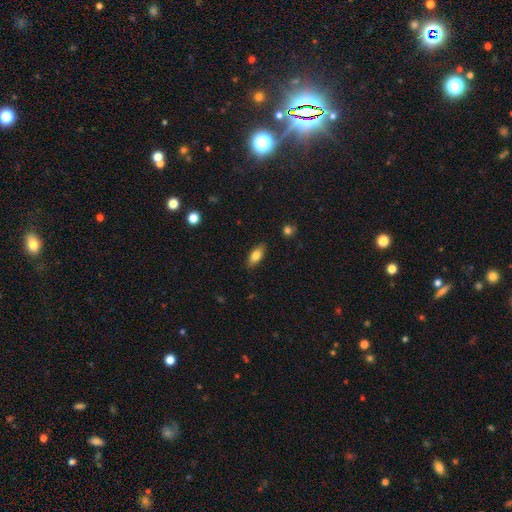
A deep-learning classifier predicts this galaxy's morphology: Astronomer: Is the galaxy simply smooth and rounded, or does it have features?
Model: smooth — 78%.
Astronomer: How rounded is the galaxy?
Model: in between — 81%.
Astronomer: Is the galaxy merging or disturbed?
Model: none — 87%.